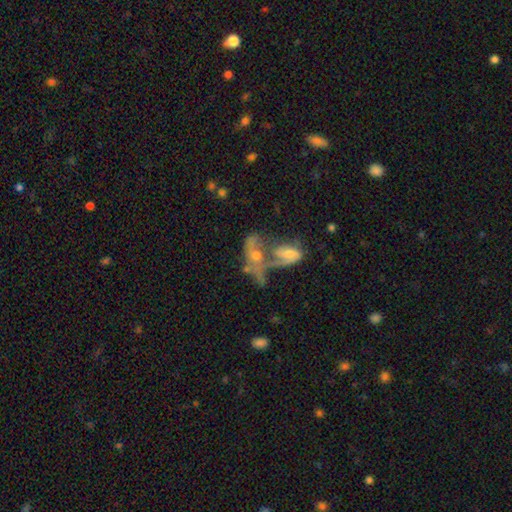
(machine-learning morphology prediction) smooth-or-featured: featured or disk: 53% | smooth: 36% | star or artifact: 11%
  disk-edge-on: no: 87% | yes: 13%
  merging: merger: 62% | none: 15% | major disturbance: 15% | minor disturbance: 9%